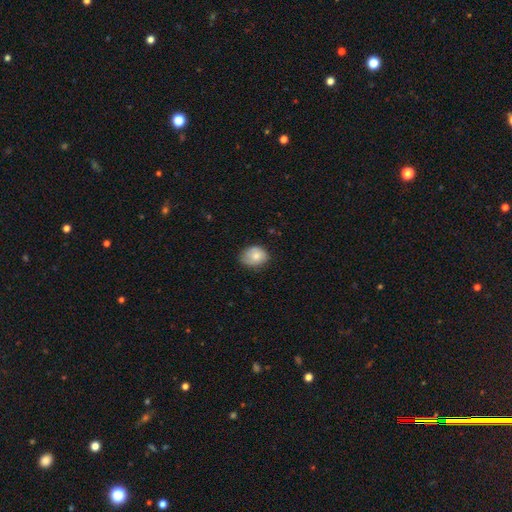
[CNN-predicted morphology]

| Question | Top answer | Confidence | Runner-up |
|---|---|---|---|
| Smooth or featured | smooth | 79% | featured or disk (14%) |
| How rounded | in between | 58% | round (41%) |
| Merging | none | 67% | minor disturbance (27%) |